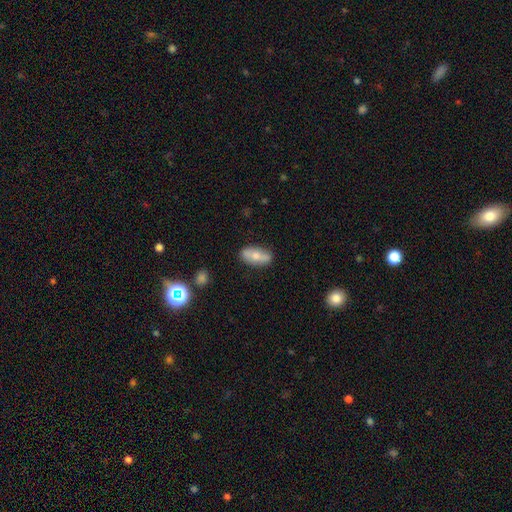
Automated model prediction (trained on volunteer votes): smooth_or_featured: smooth (p=0.61) [alt: featured or disk p=0.32]
how_rounded: in between (p=0.83) [alt: cigar-shaped p=0.13]
merging: none (p=0.79) [alt: minor disturbance p=0.15]